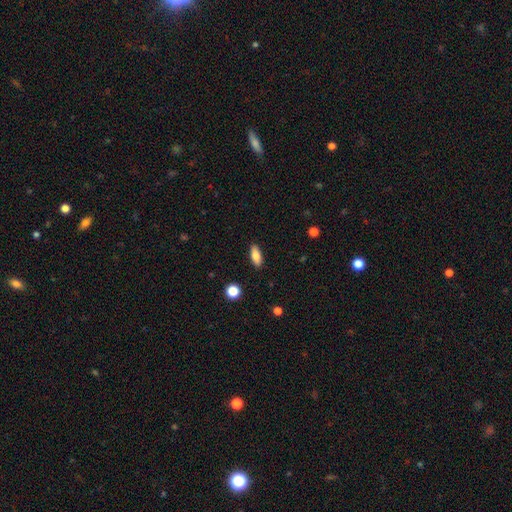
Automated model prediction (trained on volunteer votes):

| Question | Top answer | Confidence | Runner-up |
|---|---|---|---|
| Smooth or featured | smooth | 82% | featured or disk (11%) |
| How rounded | in between | 77% | cigar-shaped (21%) |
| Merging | none | 89% | minor disturbance (8%) |